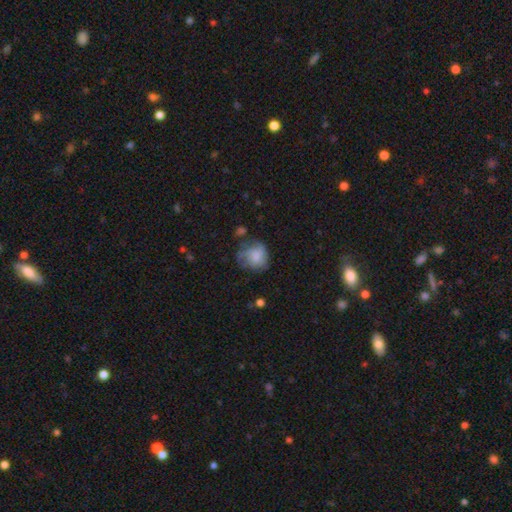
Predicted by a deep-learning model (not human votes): Smooth or featured: smooth — 66% (featured or disk — 26%)
How rounded: round — 73% (in between — 26%)
Merging: none — 46% (minor disturbance — 29%)